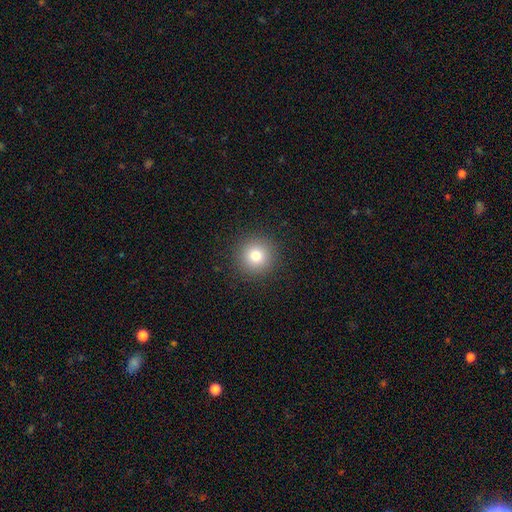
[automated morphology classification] Smooth or featured?
  - smooth: 79% *
  - star or artifact: 13%
  - featured or disk: 8%
How rounded?
  - round: 95% *
  - in between: 4%
  - cigar-shaped: 1%
Merging?
  - none: 92% *
  - minor disturbance: 5%
  - major disturbance: 2%
  - merger: 1%